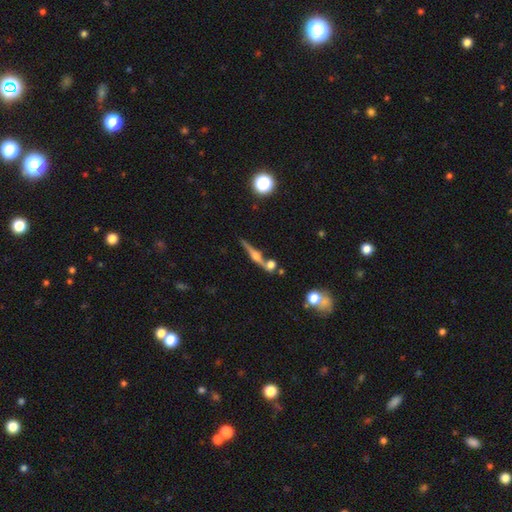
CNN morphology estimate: type=featured or disk (75%); edge-on=yes (95%); edge-on bulge=rounded (89%); merging=none (65%).